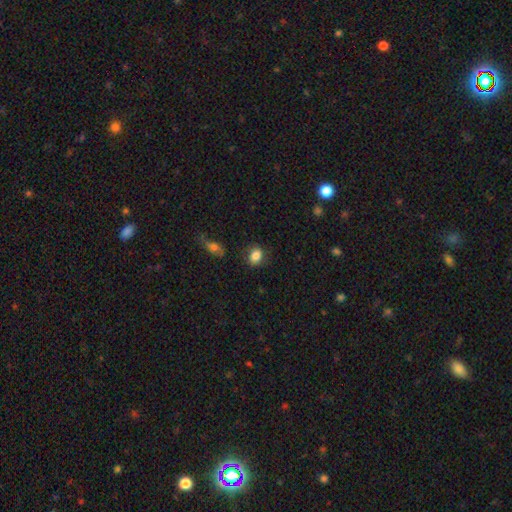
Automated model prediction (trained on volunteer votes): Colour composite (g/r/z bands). It shows a smooth galaxy with no disk features (84%) that is in between round and cigar-shaped (54%). Merging: none (78%).